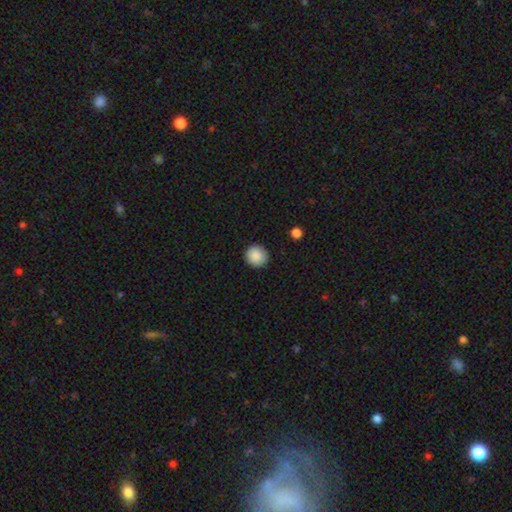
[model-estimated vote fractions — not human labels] This is clearly a smooth galaxy (89%). How rounded: clearly round (93%). Merging: clearly none (90%).